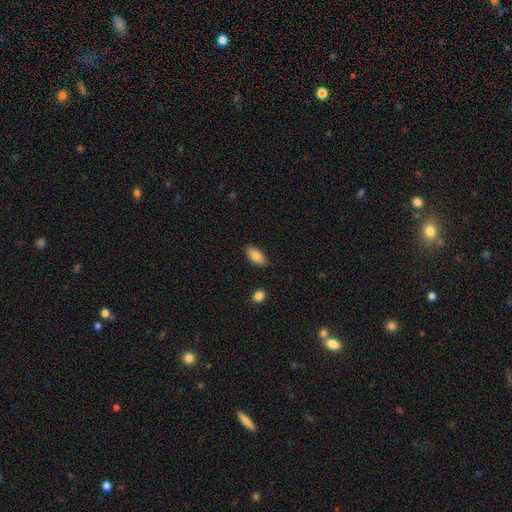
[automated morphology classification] This appears to be a smooth galaxy with no disk features (84%) that is in between round and cigar-shaped (89%). Merging: none (87%).